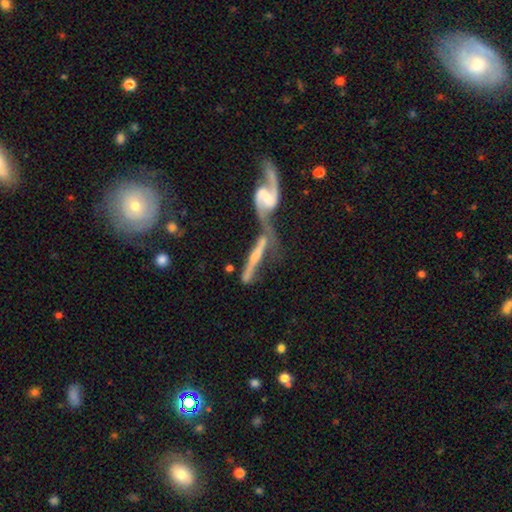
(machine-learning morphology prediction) This appears to be a featured or disk galaxy (79%) viewed edge-on (52%). Merging: merger (60%).